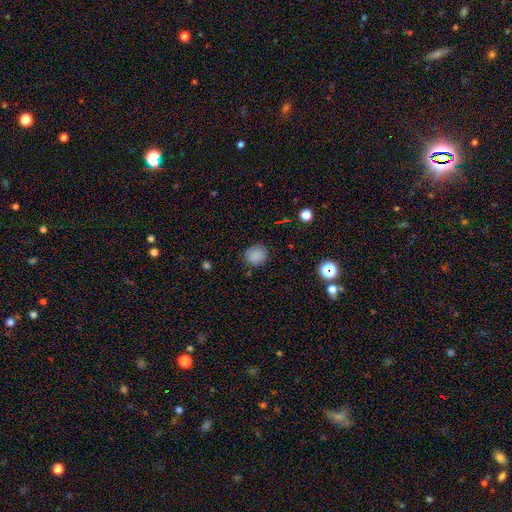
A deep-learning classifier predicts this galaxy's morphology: type=smooth (83%); roundness=round (72%); merging=none (81%).